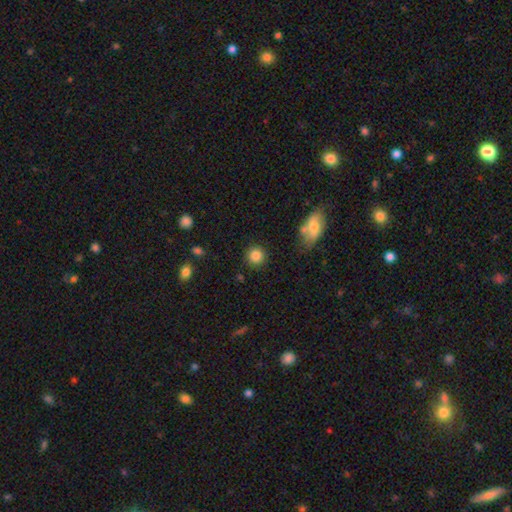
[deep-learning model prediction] Smooth or featured? Predicted: smooth (p=0.85). How rounded? Predicted: round (p=0.92). Merging? Predicted: none (p=0.87).